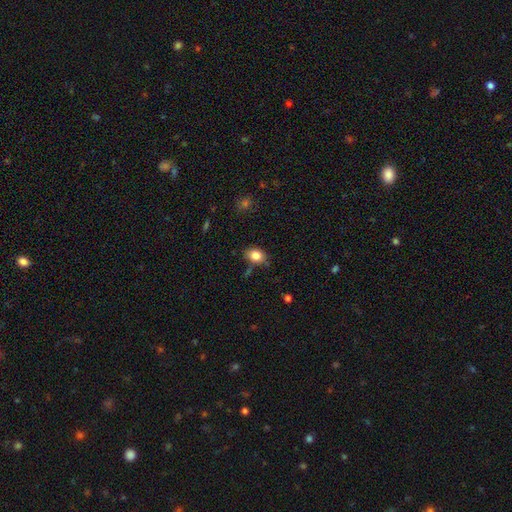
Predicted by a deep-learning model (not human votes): This is clearly a smooth galaxy (83%). How rounded: likely in between (76%). Merging: likely none (73%).